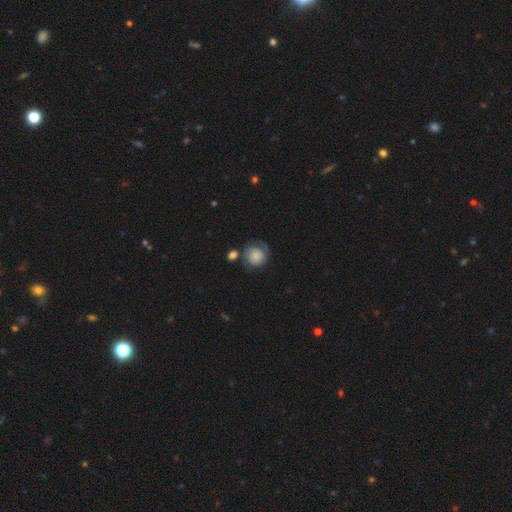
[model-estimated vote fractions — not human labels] smooth_or_featured: smooth (p=0.53) [alt: featured or disk p=0.39]
how_rounded: round (p=0.85) [alt: in between p=0.14]
merging: none (p=0.55) [alt: minor disturbance p=0.22]